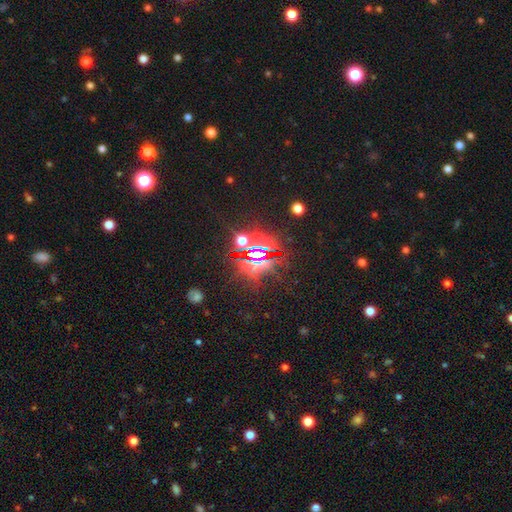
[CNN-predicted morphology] Overall: star or artifact (81%).